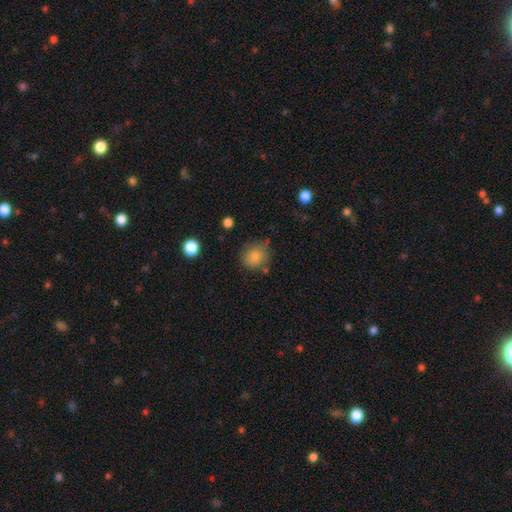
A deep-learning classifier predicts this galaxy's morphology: The model was most divided on "merging": none: 67%, minor disturbance: 22%, major disturbance: 6%, merger: 5%. More confident: smooth or featured — smooth (83%); how rounded — round (76%).